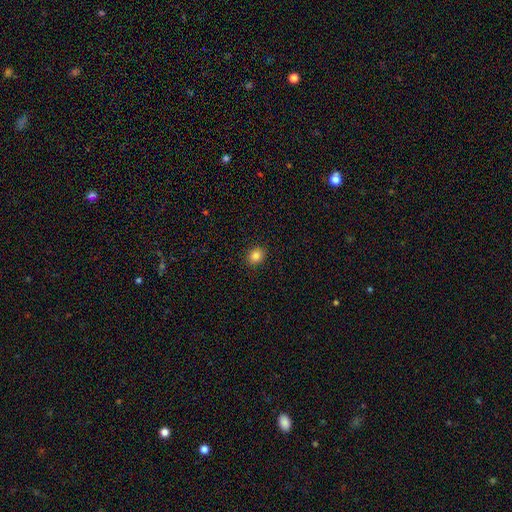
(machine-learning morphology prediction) The model was most divided on "how rounded": round: 60%, in between: 39%, cigar-shaped: 1%. More confident: merging — none (91%); smooth or featured — smooth (85%).